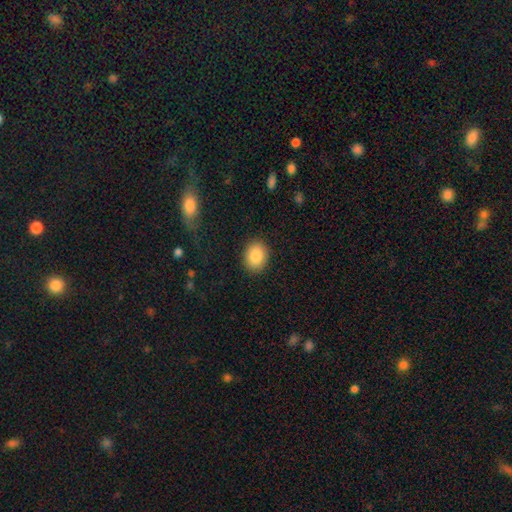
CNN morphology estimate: type=smooth (86%); roundness=in between (52%); merging=none (89%).